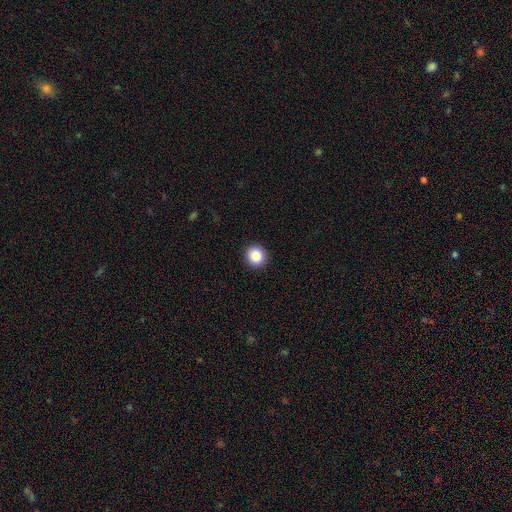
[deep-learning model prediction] smooth 87%, star or artifact 9%, featured or disk 4%. Down the decision tree: how rounded — round (90%); merging — none (93%).